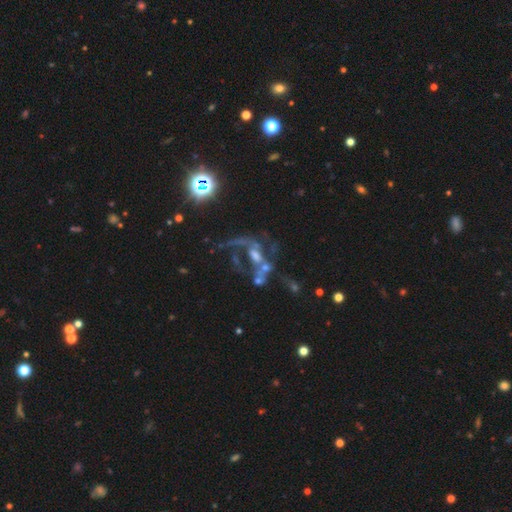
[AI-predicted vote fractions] A featured or disk galaxy (67%) with no bar (60%), spiral arms (57%) and a moderate central bulge (38%). Merging: merger (34%).